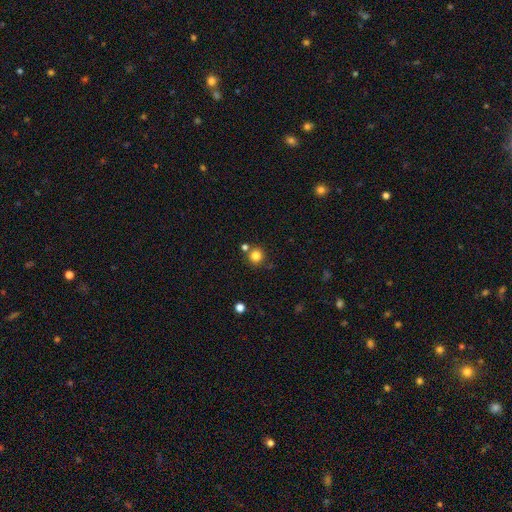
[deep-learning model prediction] smooth_or_featured: smooth (p=0.82) [alt: star or artifact p=0.12]
how_rounded: round (p=0.93) [alt: in between p=0.06]
merging: none (p=0.76) [alt: merger p=0.13]